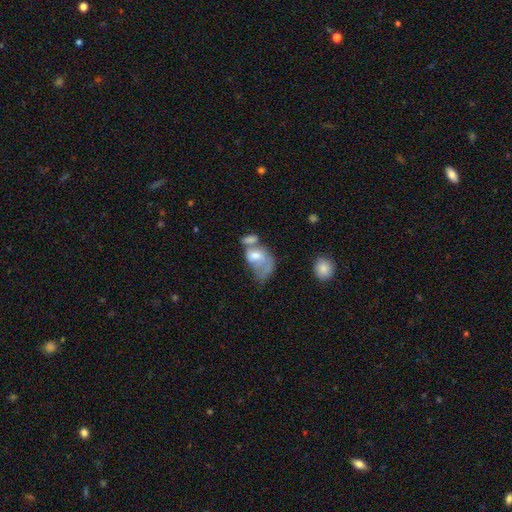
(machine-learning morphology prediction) A smooth galaxy with no disk features (54%) that is in between round and cigar-shaped (82%). Merging: merger (44%).